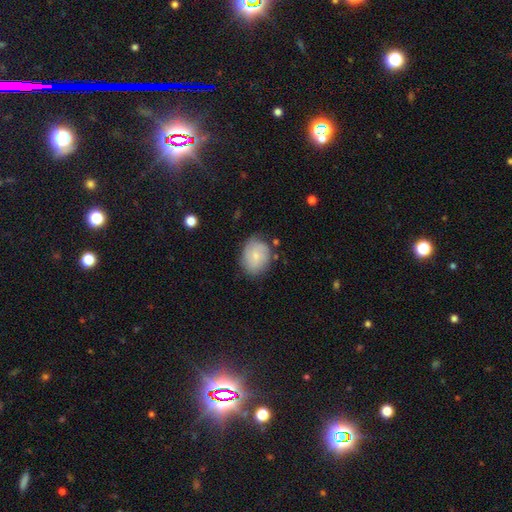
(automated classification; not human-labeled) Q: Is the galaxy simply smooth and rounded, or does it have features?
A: smooth — 62%.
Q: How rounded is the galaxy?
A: in between — 51%.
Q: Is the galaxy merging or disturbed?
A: none — 71%.